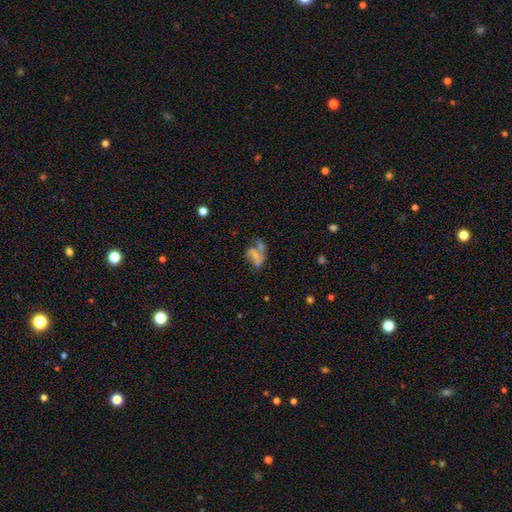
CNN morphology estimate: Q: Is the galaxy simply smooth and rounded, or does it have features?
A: featured or disk — 48%.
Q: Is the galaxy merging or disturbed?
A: merger — 36%.